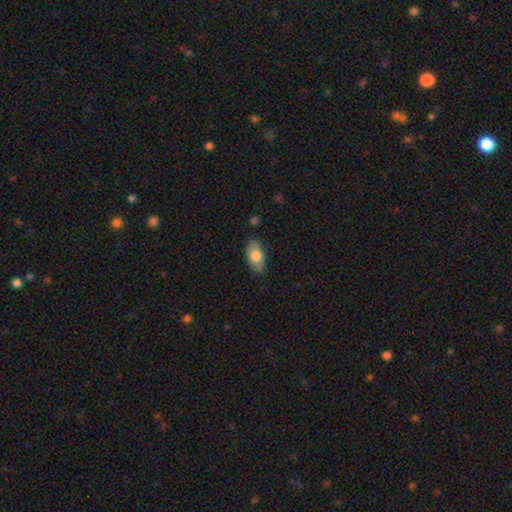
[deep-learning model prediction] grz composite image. It shows a smooth galaxy with no disk features (74%) that is in between round and cigar-shaped (93%). Merging: none (81%).